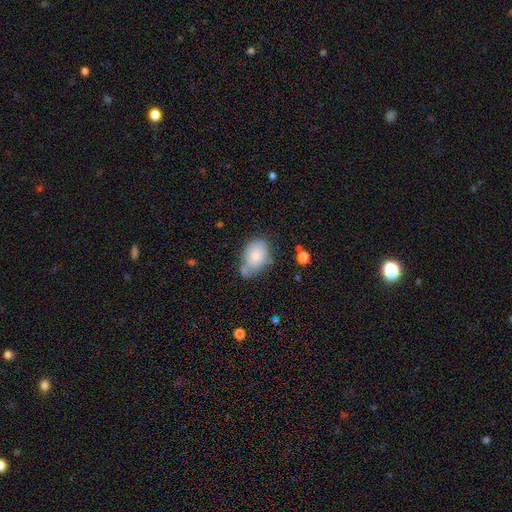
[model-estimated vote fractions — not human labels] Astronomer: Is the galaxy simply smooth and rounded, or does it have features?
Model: smooth — 76%.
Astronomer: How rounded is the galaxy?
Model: in between — 84%.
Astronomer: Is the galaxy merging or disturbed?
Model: none — 52% (runner-up: minor disturbance, 28%).